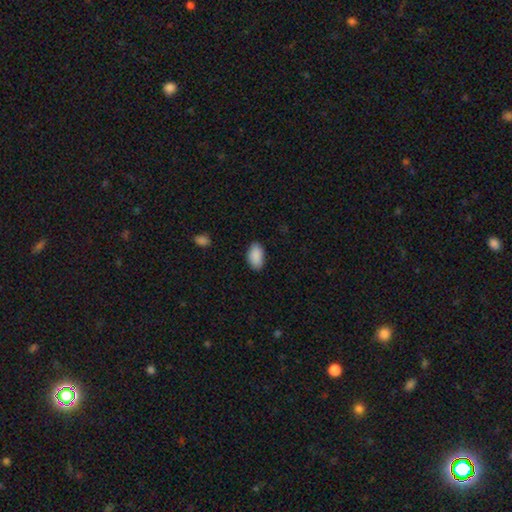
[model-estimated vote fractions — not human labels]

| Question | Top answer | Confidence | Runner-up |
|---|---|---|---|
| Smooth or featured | smooth | 90% | star or artifact (7%) |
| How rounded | in between | 94% | round (4%) |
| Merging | none | 86% | minor disturbance (11%) |